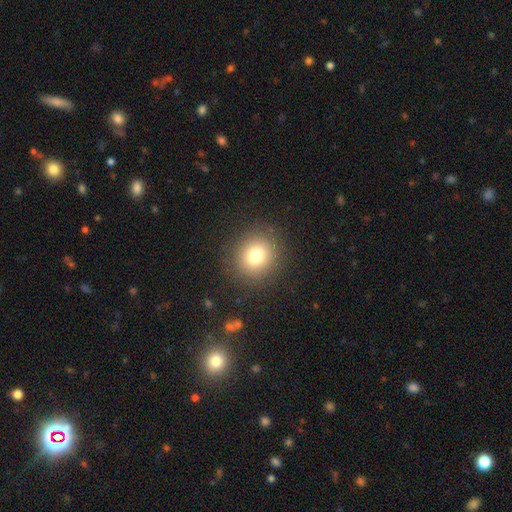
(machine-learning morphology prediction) smooth-or-featured: smooth: 78% | star or artifact: 13% | featured or disk: 9%
  how-rounded: round: 85% | in between: 14% | cigar-shaped: 1%
  merging: none: 88% | minor disturbance: 7% | major disturbance: 3% | merger: 1%